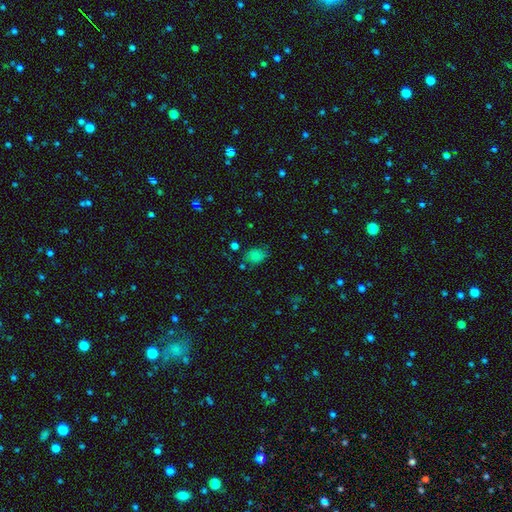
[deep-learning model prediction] Smooth or featured? smooth (77%)
How rounded? in between (75%)
Merging? none (69%)